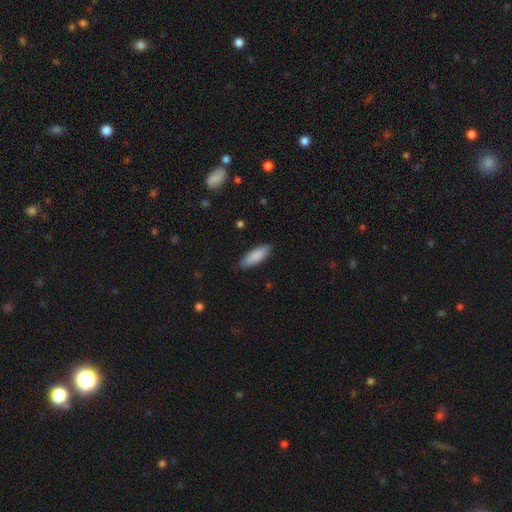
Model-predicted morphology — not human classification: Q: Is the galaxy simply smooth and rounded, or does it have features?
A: smooth — 88%.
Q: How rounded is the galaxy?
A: in between — 58%.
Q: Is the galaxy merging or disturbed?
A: none — 87%.